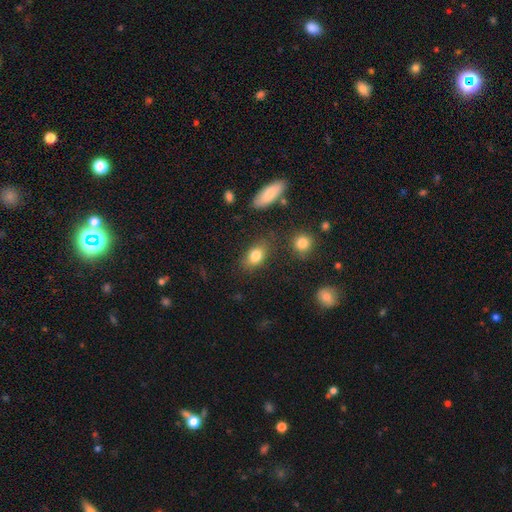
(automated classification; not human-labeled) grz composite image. It shows a smooth galaxy with no disk features (81%) that is in between round and cigar-shaped (82%). Merging: none (75%).